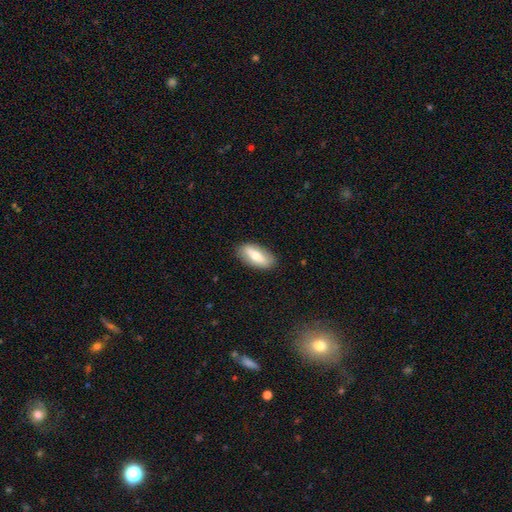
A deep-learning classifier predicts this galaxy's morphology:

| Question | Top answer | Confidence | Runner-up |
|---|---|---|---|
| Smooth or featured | smooth | 56% | featured or disk (38%) |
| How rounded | in between | 84% | cigar-shaped (13%) |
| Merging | none | 86% | minor disturbance (11%) |